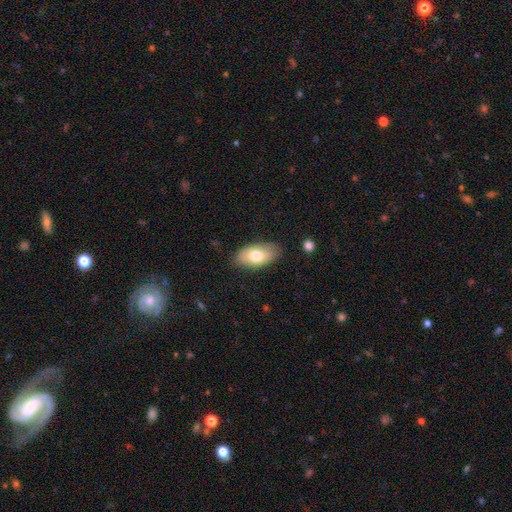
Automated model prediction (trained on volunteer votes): Q: Smooth or featured?
A: smooth (73%); runner-up: featured or disk (21%)
Q: How rounded?
A: in between (94%); runner-up: round (3%)
Q: Merging?
A: none (81%); runner-up: minor disturbance (14%)